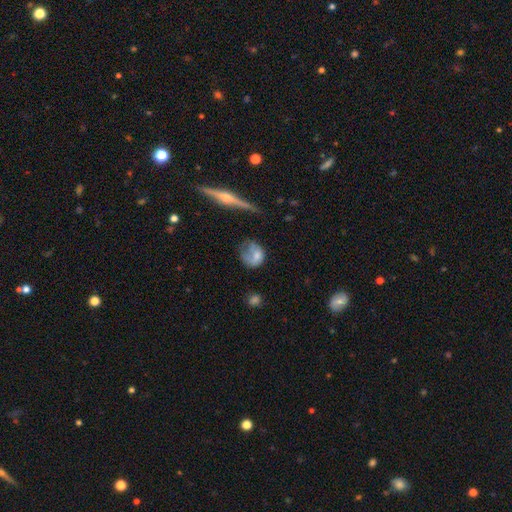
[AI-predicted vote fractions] This appears to be a smooth galaxy with no disk features (63%) that is round (52%). Merging: major disturbance (35%).